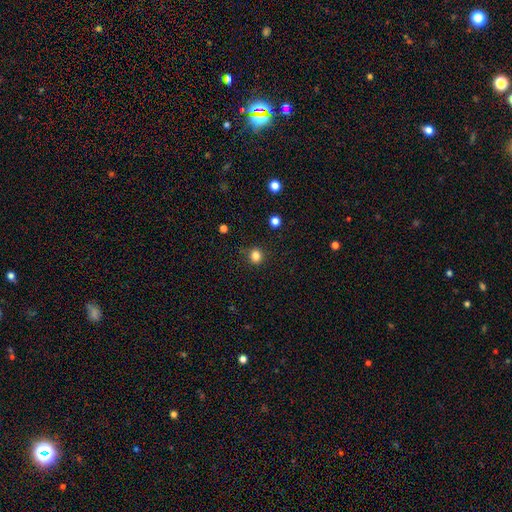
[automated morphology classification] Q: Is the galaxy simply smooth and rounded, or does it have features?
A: smooth — 83%.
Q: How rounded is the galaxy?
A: round — 82%.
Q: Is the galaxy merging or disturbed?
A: none — 88%.